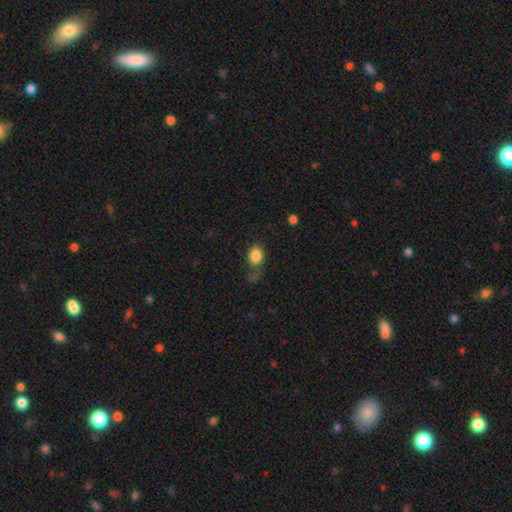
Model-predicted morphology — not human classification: The model was most divided on "how rounded": in between: 56%, round: 42%, cigar-shaped: 2%. Remaining: smooth or featured — smooth (85%); merging — none (50%).